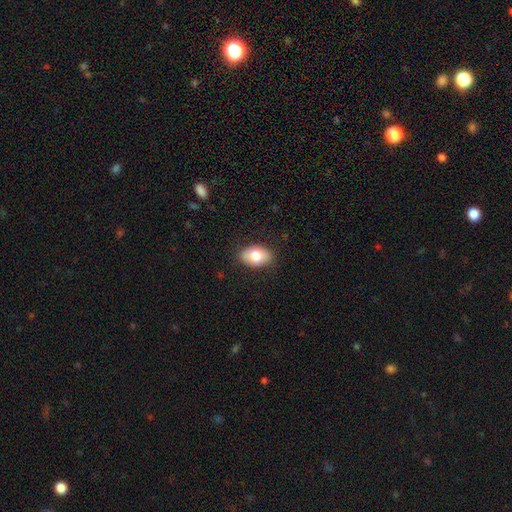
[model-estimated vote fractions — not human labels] A smooth galaxy with no disk features (79%) that is in between round and cigar-shaped (89%).

Vote fractions:
- Smooth or featured? smooth: 79% / featured or disk: 14% / star or artifact: 7%
- How rounded? in between: 89% / round: 10% / cigar-shaped: 1%
- Merging? none: 86% / minor disturbance: 10% / major disturbance: 3% / merger: 1%